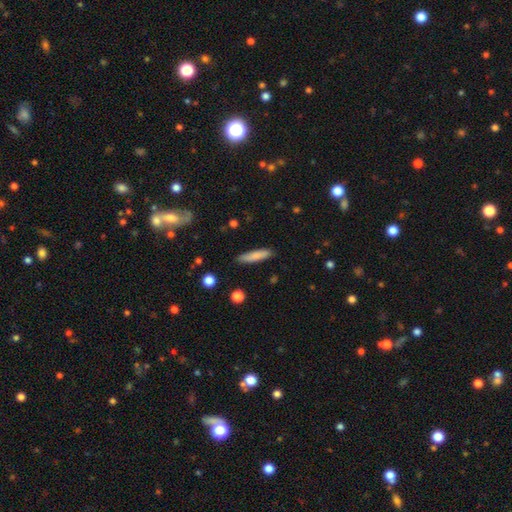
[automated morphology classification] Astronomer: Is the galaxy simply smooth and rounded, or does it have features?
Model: smooth — 81%.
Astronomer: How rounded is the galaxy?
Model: cigar-shaped — 81%.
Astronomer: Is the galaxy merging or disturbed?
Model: none — 87%.